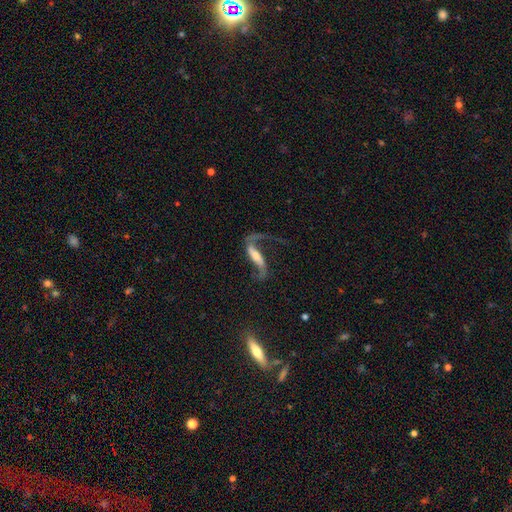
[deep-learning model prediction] Smooth or featured: featured or disk — 82% (smooth — 12%)
Edge-on disk: no — 85% (yes — 15%)
Bar: strong — 46% (weak — 32%)
Spiral arms: yes — 93% (no — 7%)
Spiral winding: loose — 87% (medium — 10%)
Spiral arm count: 2 — 83% (1 — 12%)
Bulge size: moderate — 37% (small — 28%)
Merging: none — 53% (major disturbance — 28%)